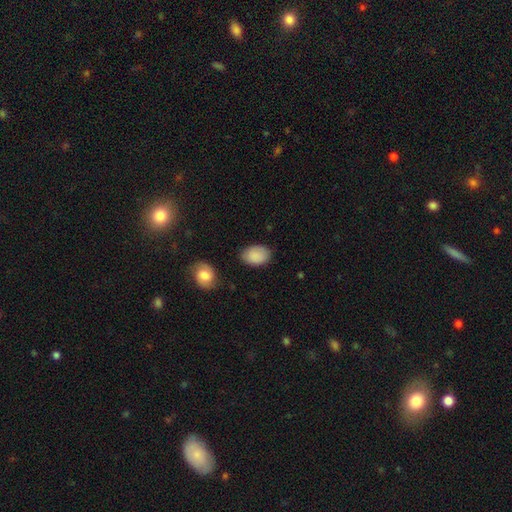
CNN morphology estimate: The model was most divided on "merging": none: 77%, minor disturbance: 17%, major disturbance: 3%, merger: 3%. More confident: smooth or featured — smooth (88%); how rounded — in between (85%).